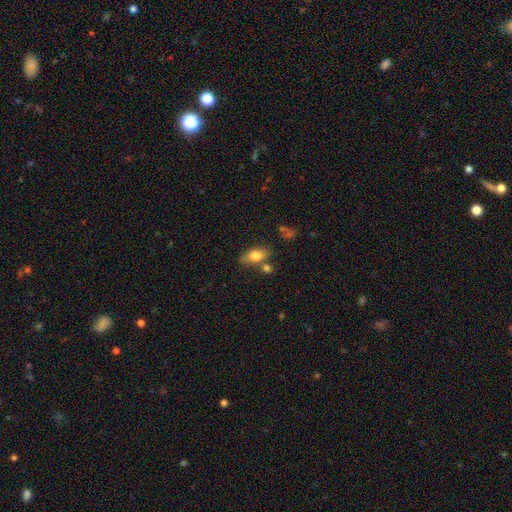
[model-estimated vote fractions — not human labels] smooth_or_featured: smooth (p=0.77) [alt: featured or disk p=0.15]
how_rounded: in between (p=0.84) [alt: cigar-shaped p=0.10]
merging: none (p=0.67) [alt: minor disturbance p=0.15]